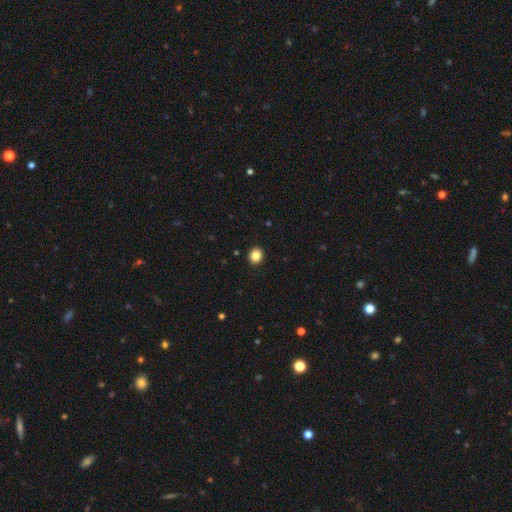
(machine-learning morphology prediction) This is clearly a smooth galaxy (85%). How rounded: clearly round (81%). Merging: clearly none (93%).